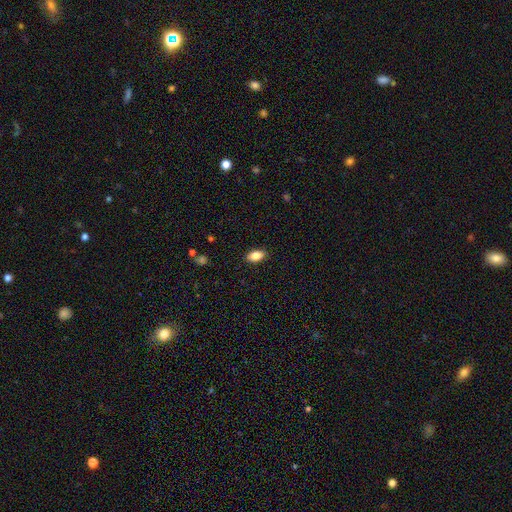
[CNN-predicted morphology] Smooth or featured? Predicted: smooth (p=0.83). How rounded? Predicted: in between (p=0.90). Merging? Predicted: none (p=0.88).